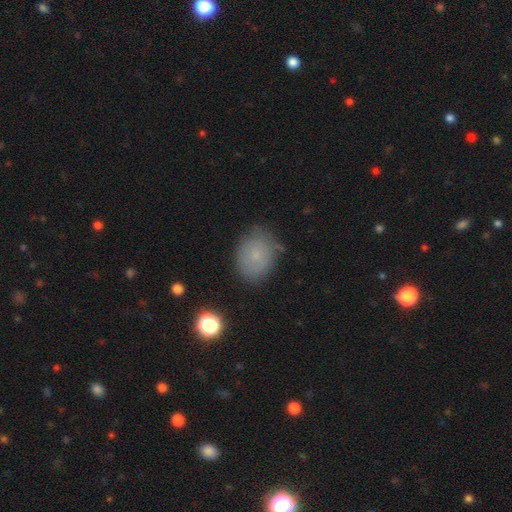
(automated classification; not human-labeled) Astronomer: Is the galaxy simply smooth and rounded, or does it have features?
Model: smooth — 72%.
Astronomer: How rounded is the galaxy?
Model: in between — 58% (runner-up: round, 41%).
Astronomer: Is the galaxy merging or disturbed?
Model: none — 72%.